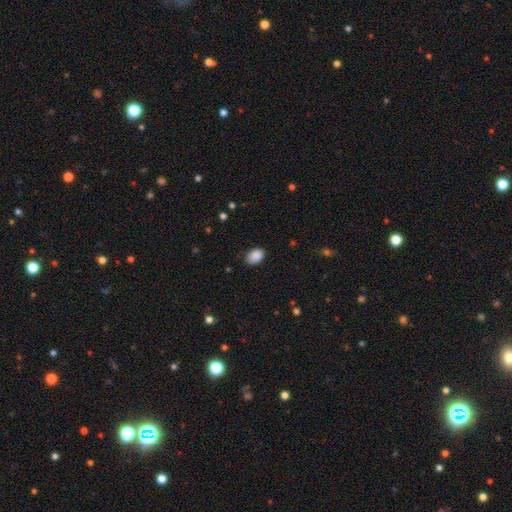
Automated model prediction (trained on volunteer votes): Q: Smooth or featured?
A: smooth (89%); runner-up: star or artifact (8%)
Q: How rounded?
A: in between (81%); runner-up: round (18%)
Q: Merging?
A: none (83%); runner-up: minor disturbance (14%)